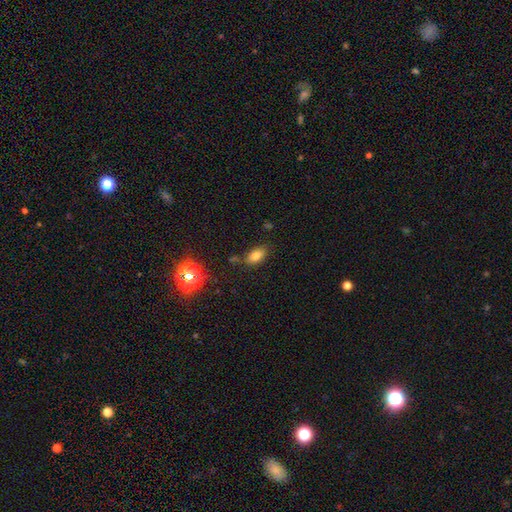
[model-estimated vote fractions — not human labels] smooth-or-featured: smooth: 78% | star or artifact: 13% | featured or disk: 9%
  how-rounded: in between: 87% | round: 7% | cigar-shaped: 6%
  merging: none: 75% | minor disturbance: 16% | merger: 5% | major disturbance: 4%